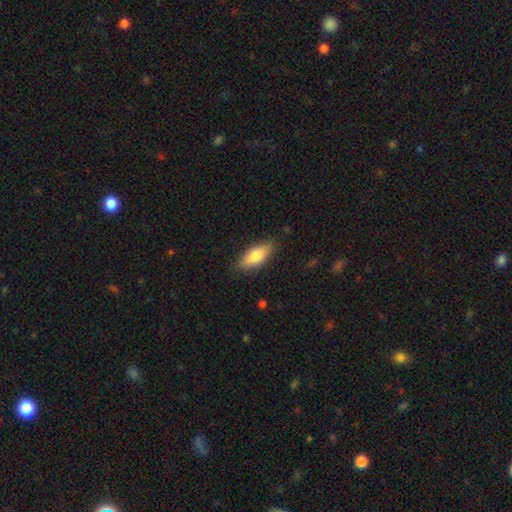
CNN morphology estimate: type=smooth (75%); roundness=in between (75%); merging=none (84%).